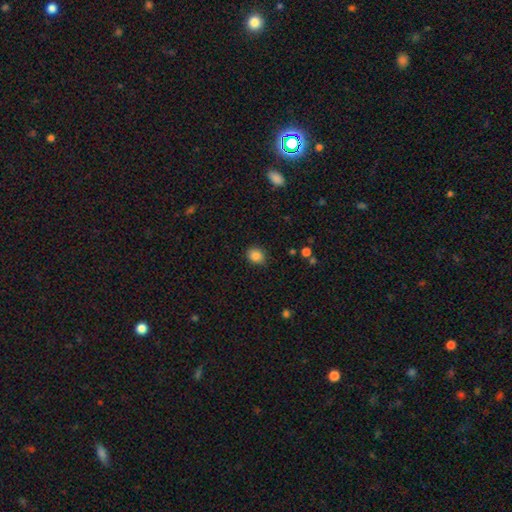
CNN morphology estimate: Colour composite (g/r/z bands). It shows a smooth galaxy with no disk features (87%) that is round (62%). Merging: none (85%).